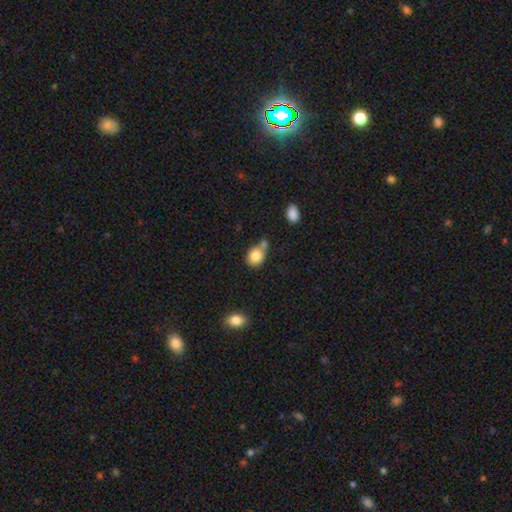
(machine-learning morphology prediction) Smooth or featured? smooth (82%)
How rounded? round (58%)
Merging? none (47%)